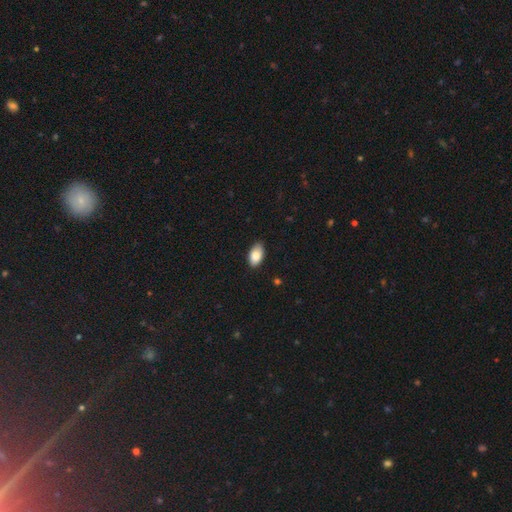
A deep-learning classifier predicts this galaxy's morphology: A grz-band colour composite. It shows a smooth galaxy with no disk features (84%) that is in between round and cigar-shaped (94%). Merging: none (85%).